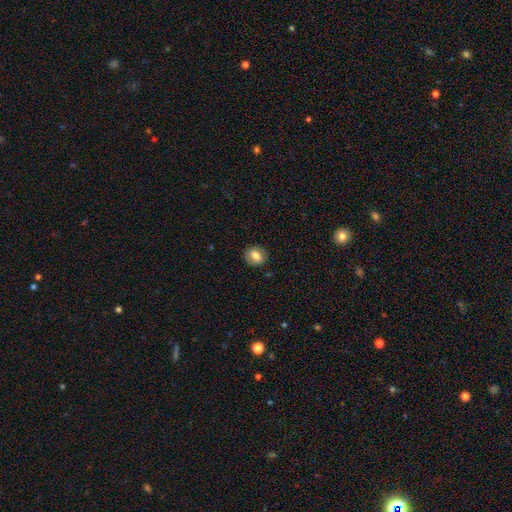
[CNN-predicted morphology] A smooth galaxy with no disk features (74%) that is round (50%). Merging: none (85%).